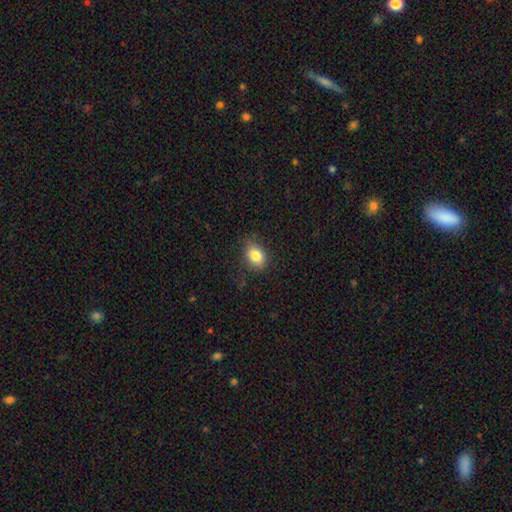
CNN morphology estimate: The model was most divided on "how rounded": in between: 72%, round: 27%, cigar-shaped: 1%. More confident: smooth or featured — smooth (84%); merging — none (79%).